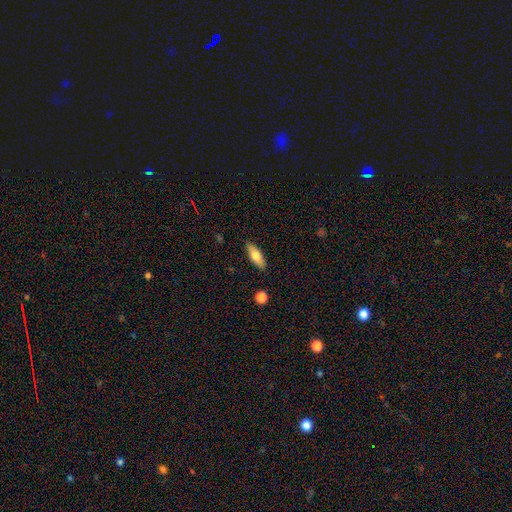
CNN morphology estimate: The model was most divided on "how rounded": in between: 64%, cigar-shaped: 34%, round: 2%. More confident: merging — none (87%); smooth or featured — smooth (71%).